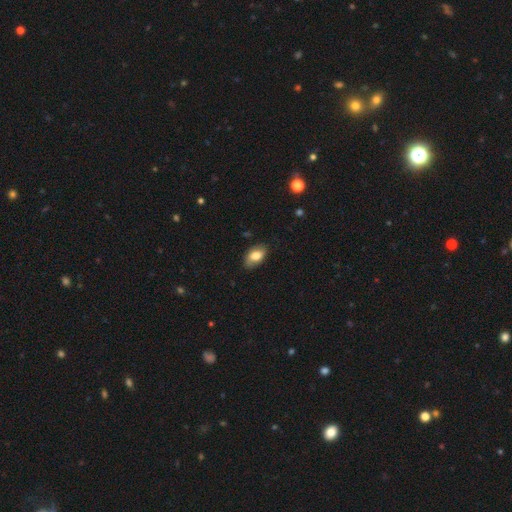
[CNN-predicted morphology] Q: Smooth or featured?
A: smooth (77%); runner-up: featured or disk (16%)
Q: How rounded?
A: in between (92%); runner-up: round (6%)
Q: Merging?
A: none (80%); runner-up: minor disturbance (16%)